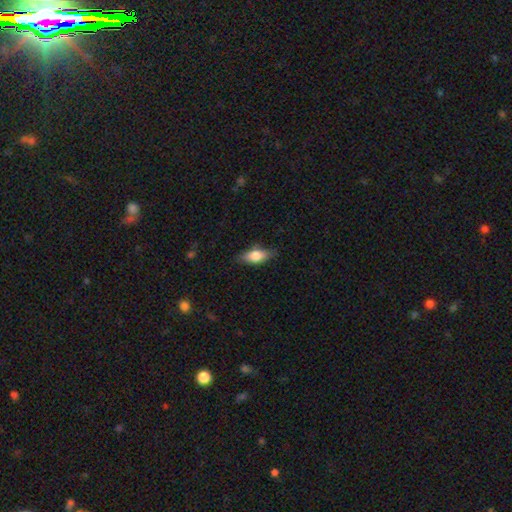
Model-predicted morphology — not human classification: This appears to be a smooth galaxy with no disk features (69%) that is in between round and cigar-shaped (76%). Merging: none (80%).